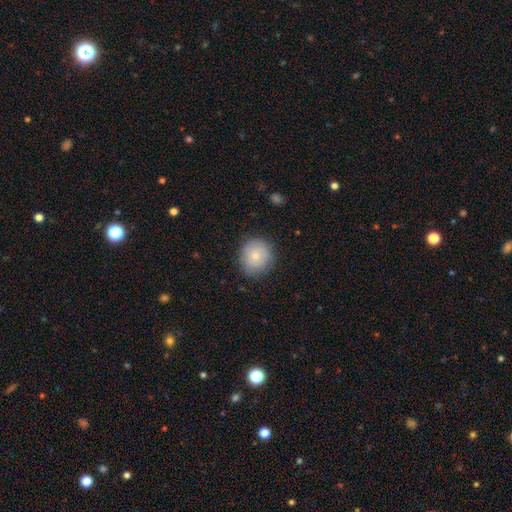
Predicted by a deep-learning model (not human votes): Smooth or featured?
  - smooth: 77% *
  - featured or disk: 15%
  - star or artifact: 8%
How rounded?
  - round: 89% *
  - in between: 11%
  - cigar-shaped: 1%
Merging?
  - none: 81% *
  - minor disturbance: 14%
  - major disturbance: 4%
  - merger: 1%